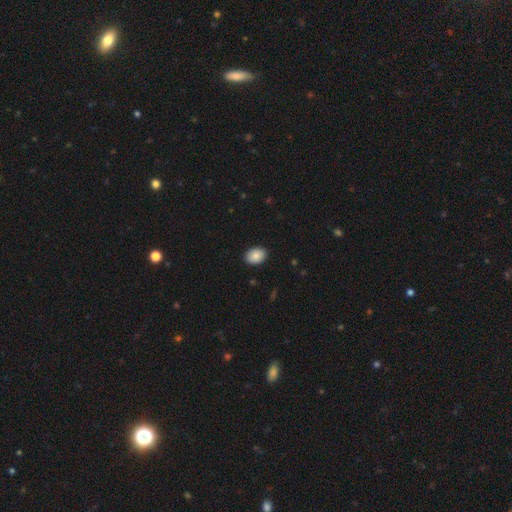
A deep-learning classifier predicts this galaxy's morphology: smooth_or_featured: smooth (p=0.88) [alt: star or artifact p=0.07]
how_rounded: in between (p=0.78) [alt: round p=0.21]
merging: none (p=0.90) [alt: minor disturbance p=0.07]